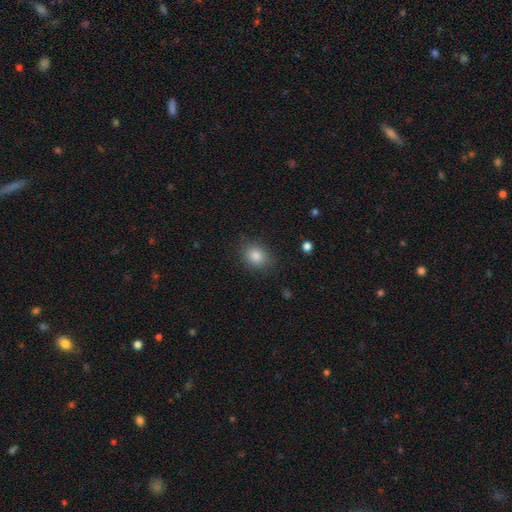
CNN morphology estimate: This appears to be a smooth galaxy with no disk features (84%) that is in between round and cigar-shaped (50%). Merging: none (85%).